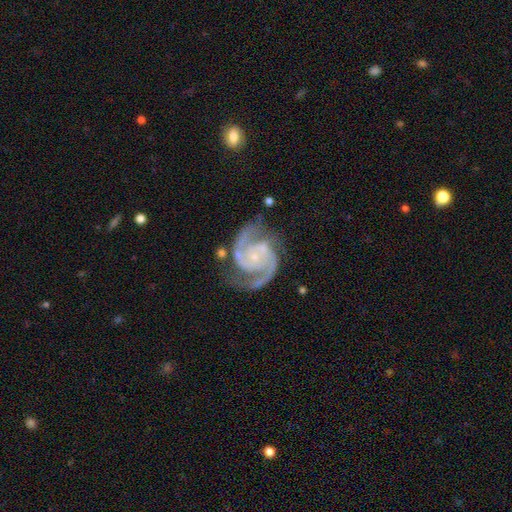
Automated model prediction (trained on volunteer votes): smooth_or_featured: featured or disk (p=0.94) [alt: star or artifact p=0.04]
disk_edge_on: no (p=0.98) [alt: yes p=0.02]
bar: no (p=0.68) [alt: weak p=0.24]
has_spiral_arms: yes (p=0.99) [alt: no p=0.01]
spiral_winding: medium (p=0.54) [alt: tight p=0.39]
spiral_arm_count: 2 (p=0.91) [alt: 3 p=0.04]
bulge_size: small (p=0.78) [alt: moderate p=0.13]
merging: none (p=0.72) [alt: minor disturbance p=0.17]